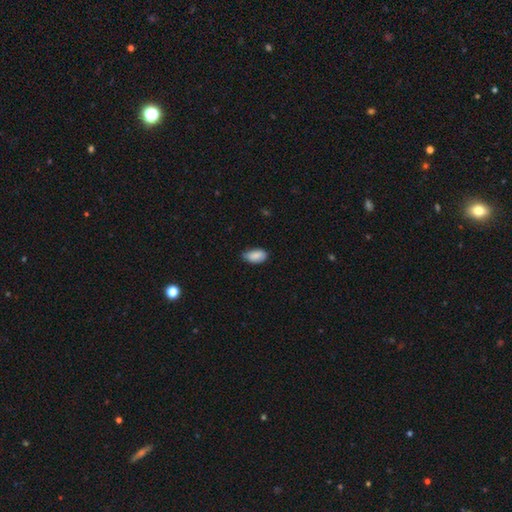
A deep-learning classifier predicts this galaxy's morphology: smooth-or-featured: smooth: 86% | featured or disk: 7% | star or artifact: 7%
  how-rounded: in between: 93% | round: 4% | cigar-shaped: 3%
  merging: none: 63% | minor disturbance: 31% | major disturbance: 4% | merger: 1%